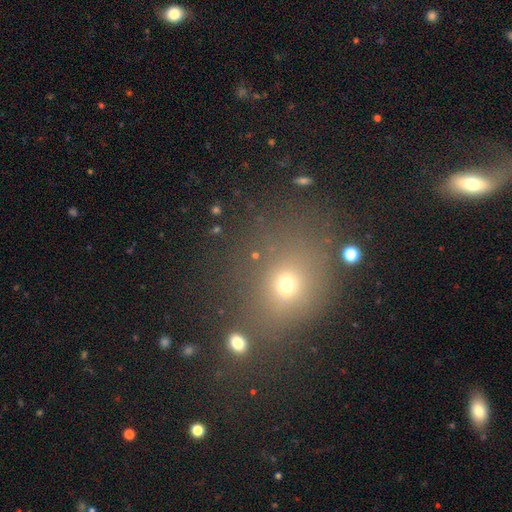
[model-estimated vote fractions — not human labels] This appears to be a smooth galaxy with no disk features (63%) that is round (60%). Merging: none (73%).